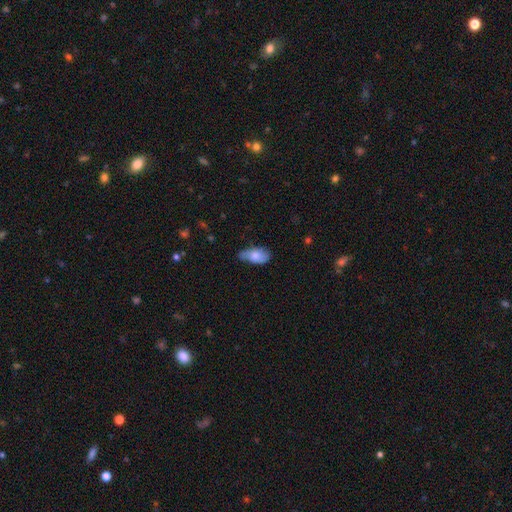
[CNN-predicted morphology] Smooth or featured: smooth — 75% (featured or disk — 18%)
How rounded: in between — 91% (cigar-shaped — 5%)
Merging: none — 50% (minor disturbance — 39%)